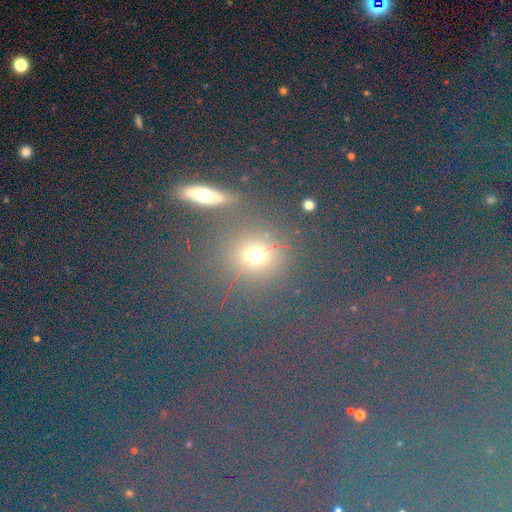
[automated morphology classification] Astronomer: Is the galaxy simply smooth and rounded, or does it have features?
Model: smooth — 57% (runner-up: star or artifact, 33%).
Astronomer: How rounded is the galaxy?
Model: round — 74%.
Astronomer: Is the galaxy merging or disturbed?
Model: none — 79%.